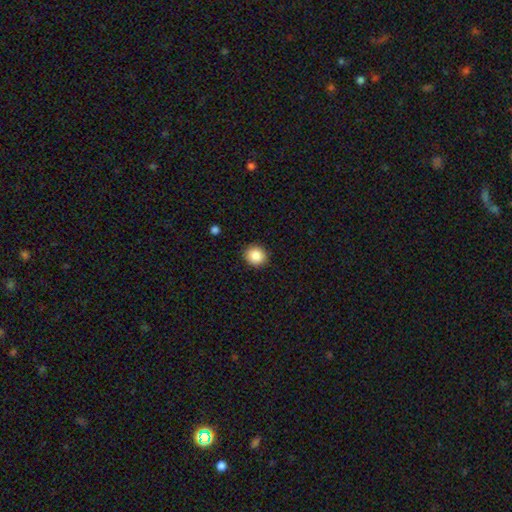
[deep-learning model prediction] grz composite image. It shows a smooth galaxy with no disk features (87%) that is round (84%). Merging: none (91%).